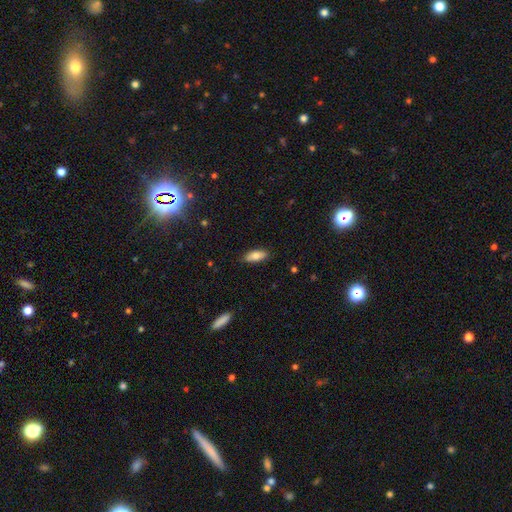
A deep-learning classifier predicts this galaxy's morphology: smooth 78%, featured or disk 15%, star or artifact 7%. Down the decision tree: how rounded — in between (82%); merging — none (85%).